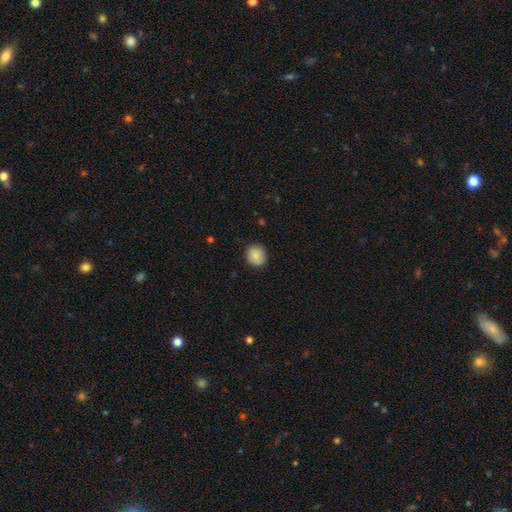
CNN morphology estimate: Q: Smooth or featured?
A: smooth (86%); runner-up: star or artifact (8%)
Q: How rounded?
A: round (84%); runner-up: in between (15%)
Q: Merging?
A: none (87%); runner-up: minor disturbance (10%)